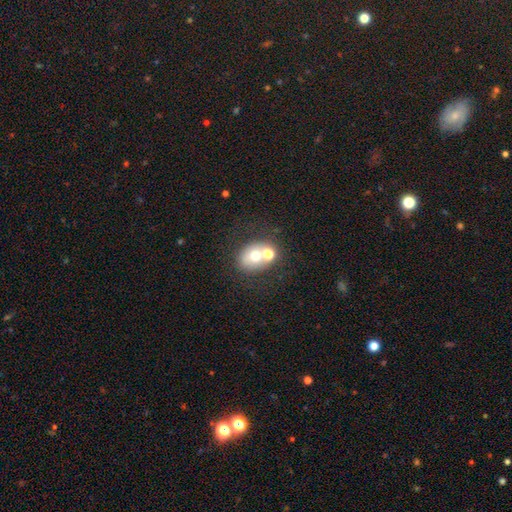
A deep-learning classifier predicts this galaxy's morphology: A smooth galaxy with no disk features (63%) that is round (58%). Merging: none (43%, tied with merger).